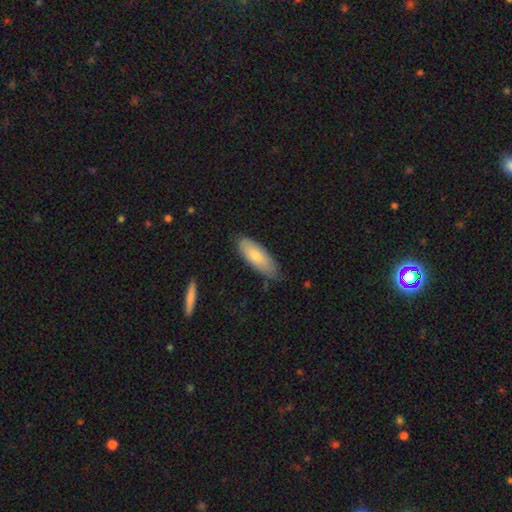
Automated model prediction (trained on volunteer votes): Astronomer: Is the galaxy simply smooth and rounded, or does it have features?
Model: smooth — 77%.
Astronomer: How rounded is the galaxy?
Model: in between — 74%.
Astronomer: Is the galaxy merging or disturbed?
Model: none — 73%.